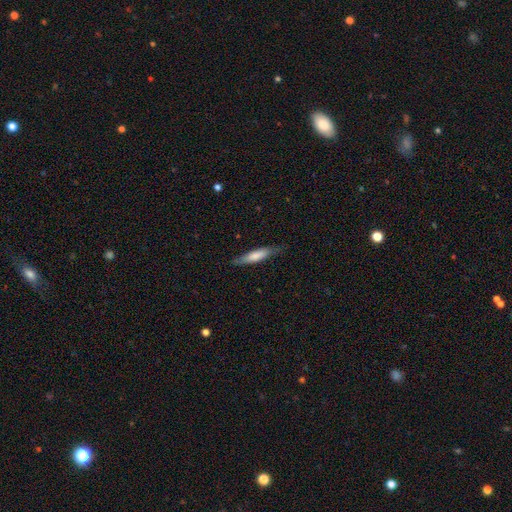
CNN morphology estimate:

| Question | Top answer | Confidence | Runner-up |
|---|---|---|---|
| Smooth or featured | smooth | 70% | featured or disk (24%) |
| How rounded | cigar-shaped | 76% | in between (22%) |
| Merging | none | 76% | minor disturbance (19%) |